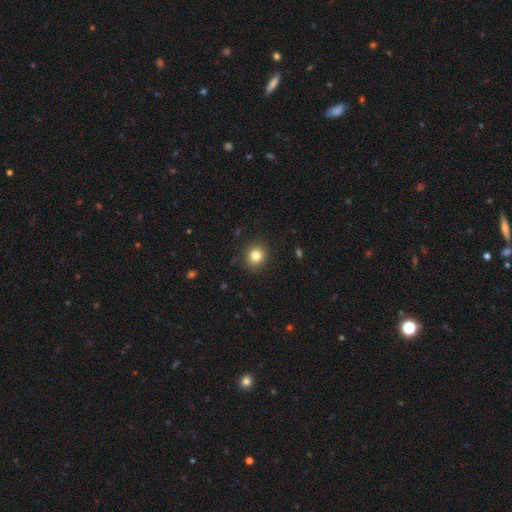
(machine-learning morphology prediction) smooth 81%, star or artifact 12%, featured or disk 7%. Down the decision tree: how rounded — round (86%); merging — none (89%).